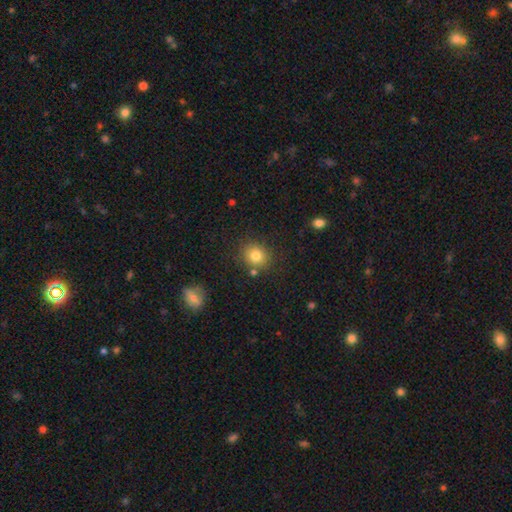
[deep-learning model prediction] smooth-or-featured: smooth: 81% | star or artifact: 11% | featured or disk: 8%
  how-rounded: round: 79% | in between: 20% | cigar-shaped: 1%
  merging: none: 81% | minor disturbance: 10% | merger: 6% | major disturbance: 3%